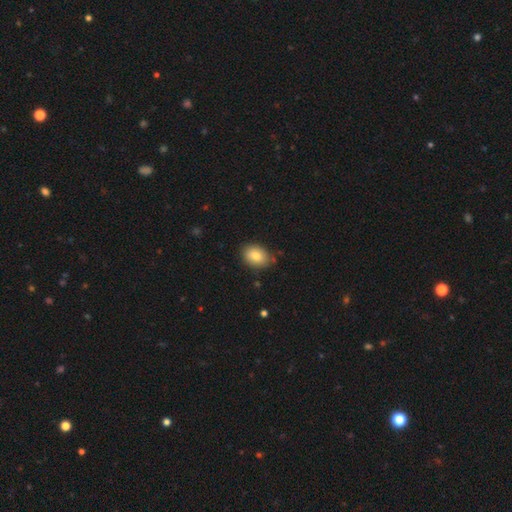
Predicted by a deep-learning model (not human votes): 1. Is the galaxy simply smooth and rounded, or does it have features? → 82% smooth, 10% featured or disk, 8% star or artifact.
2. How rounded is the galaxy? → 72% in between, 27% round, 1% cigar-shaped.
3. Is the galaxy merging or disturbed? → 82% none, 13% minor disturbance, 3% major disturbance, 2% merger.